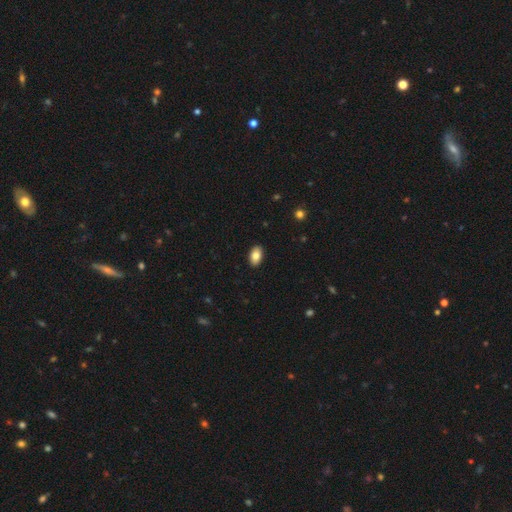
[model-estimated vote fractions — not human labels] Q: Smooth or featured?
A: smooth (83%); runner-up: featured or disk (9%)
Q: How rounded?
A: in between (92%); runner-up: round (7%)
Q: Merging?
A: none (90%); runner-up: minor disturbance (7%)